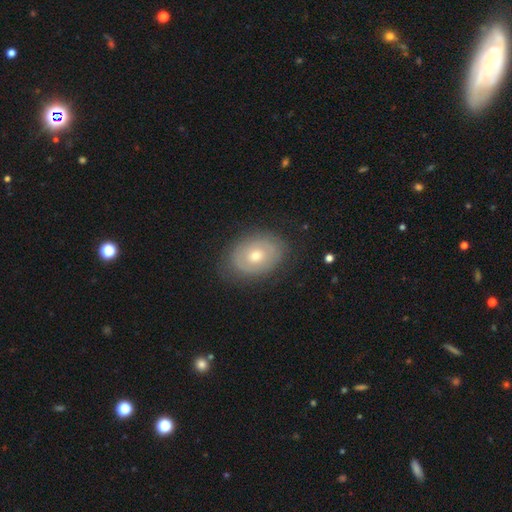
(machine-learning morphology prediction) Q: Smooth or featured?
A: featured or disk (50%); runner-up: smooth (43%)
Q: Merging?
A: none (83%); runner-up: minor disturbance (12%)